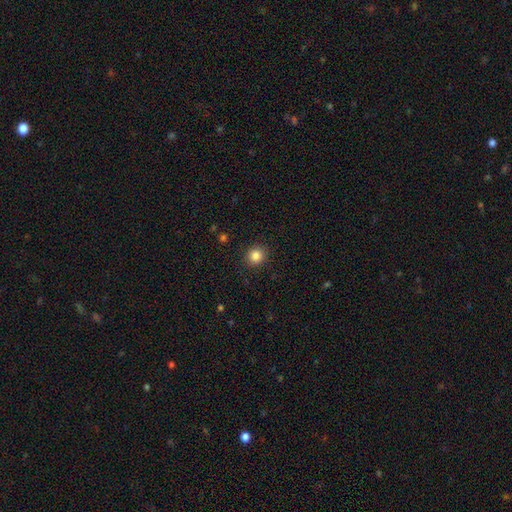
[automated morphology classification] The model was most divided on "smooth or featured": smooth: 84%, star or artifact: 11%, featured or disk: 5%. More confident: merging — none (91%); how rounded — round (87%).